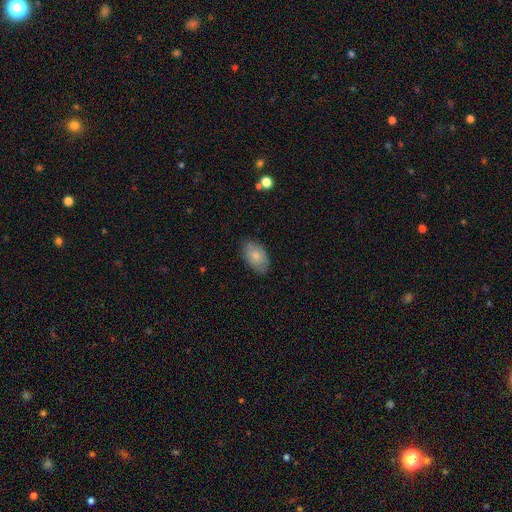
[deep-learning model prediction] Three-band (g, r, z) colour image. It shows a smooth galaxy with no disk features (74%) that is in between round and cigar-shaped (92%). Merging: none (80%).